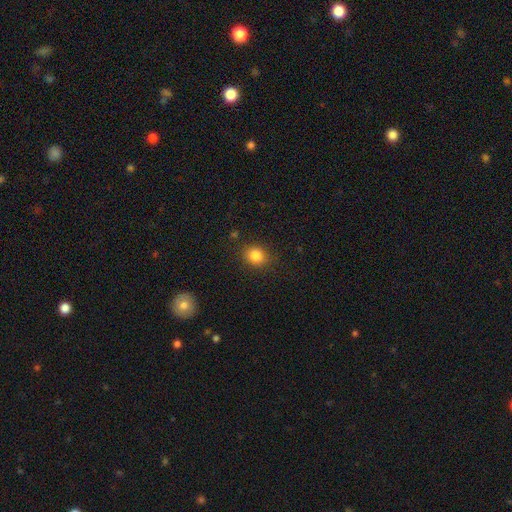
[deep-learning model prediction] Morphology: type=smooth (84%); roundness=round (76%); merging=none (85%).